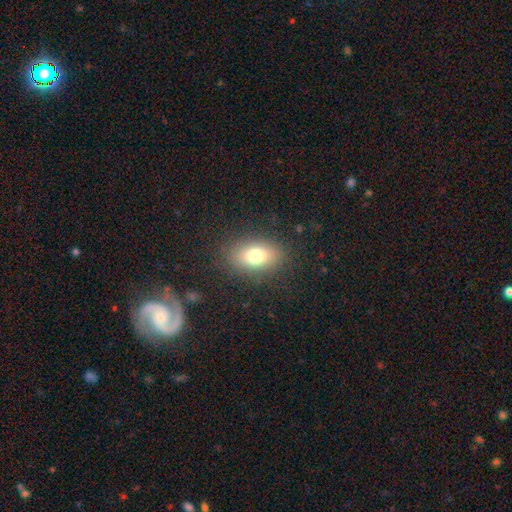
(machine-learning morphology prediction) smooth 75%, featured or disk 14%, star or artifact 11%. Down the decision tree: how rounded — in between (84%); merging — none (84%).